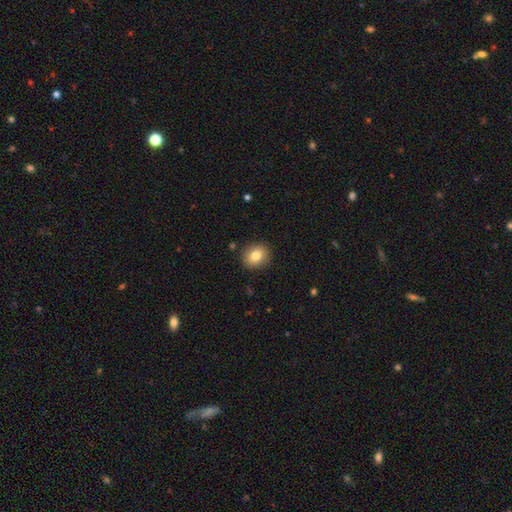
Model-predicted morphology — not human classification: The model was most divided on "how rounded": round: 73%, in between: 26%, cigar-shaped: 1%. More confident: merging — none (89%); smooth or featured — smooth (79%).